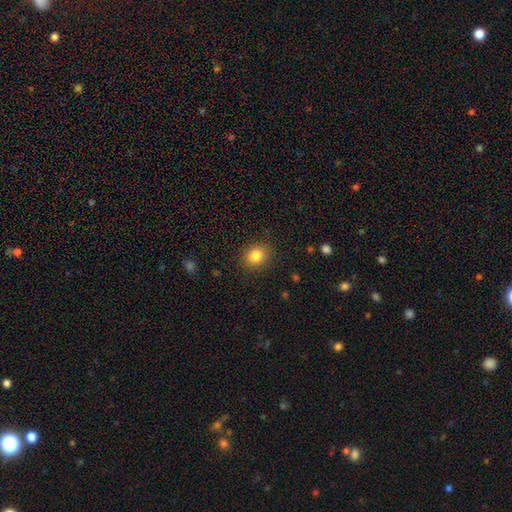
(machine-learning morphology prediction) This is clearly a smooth galaxy (83%). How rounded: likely round (66%). Merging: clearly none (88%).